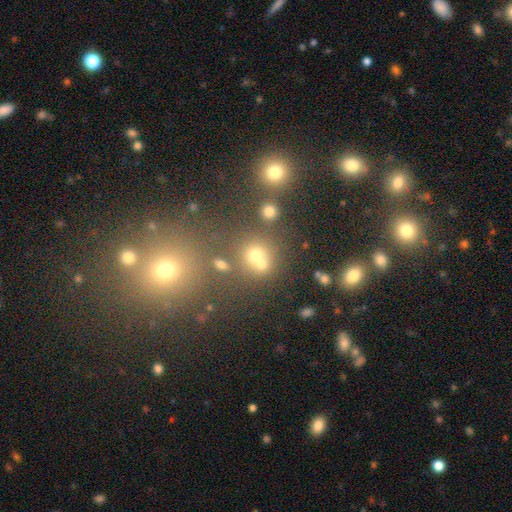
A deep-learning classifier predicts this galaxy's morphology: Smooth or featured?
  - smooth: 67% *
  - star or artifact: 23%
  - featured or disk: 10%
How rounded?
  - round: 84% *
  - in between: 15%
  - cigar-shaped: 1%
Merging?
  - none: 57% *
  - merger: 29%
  - minor disturbance: 9%
  - major disturbance: 5%